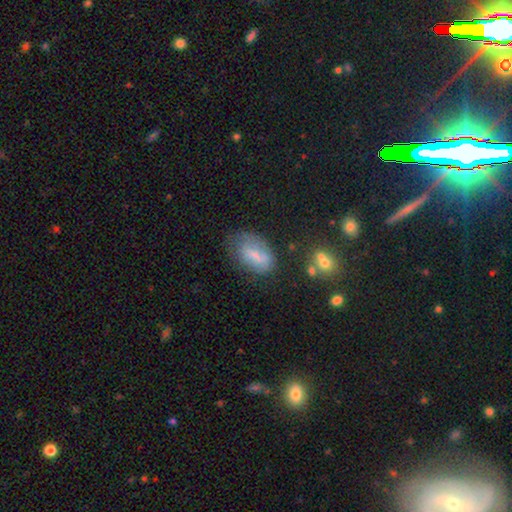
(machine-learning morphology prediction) This is likely a smooth galaxy (62%). How rounded: clearly in between (89%). Merging: possibly none (52%).